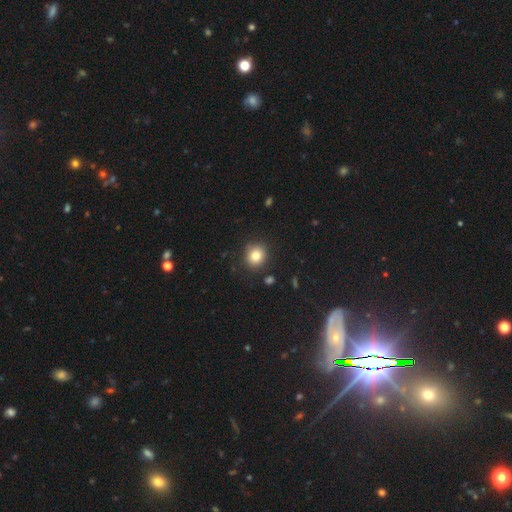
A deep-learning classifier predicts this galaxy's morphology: This is clearly a smooth galaxy (82%). How rounded: clearly round (84%). Merging: clearly none (87%).